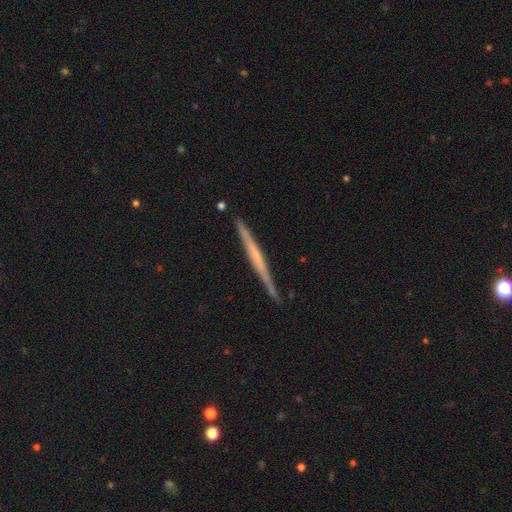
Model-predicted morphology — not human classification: Smooth or featured? Predicted: featured or disk (p=0.61). Edge-on disk? Predicted: yes (p=0.97). Edge-on bulge? Predicted: none (p=0.76). Merging? Predicted: none (p=0.87).